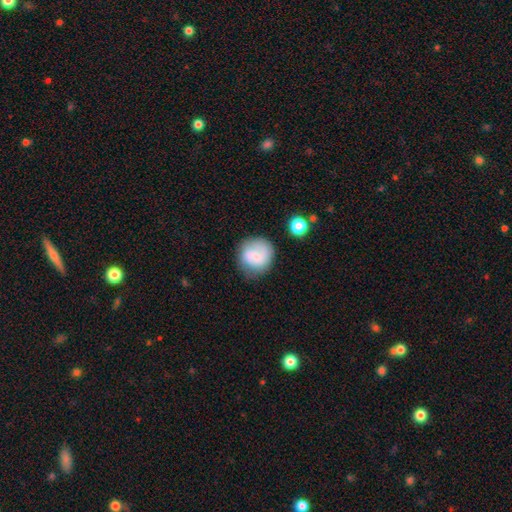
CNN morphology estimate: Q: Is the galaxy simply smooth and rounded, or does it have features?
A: smooth — 61%.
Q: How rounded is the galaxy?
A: round — 87%.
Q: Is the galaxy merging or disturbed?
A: none — 68%.